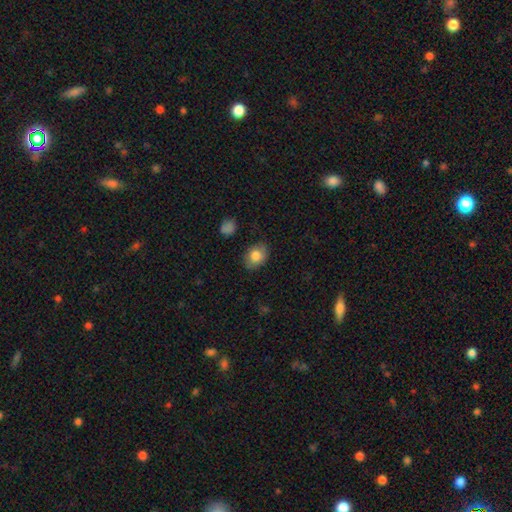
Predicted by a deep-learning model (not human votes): smooth-or-featured: smooth: 81% | featured or disk: 11% | star or artifact: 8%
  how-rounded: in between: 76% | round: 23% | cigar-shaped: 1%
  merging: none: 82% | minor disturbance: 13% | major disturbance: 3% | merger: 1%